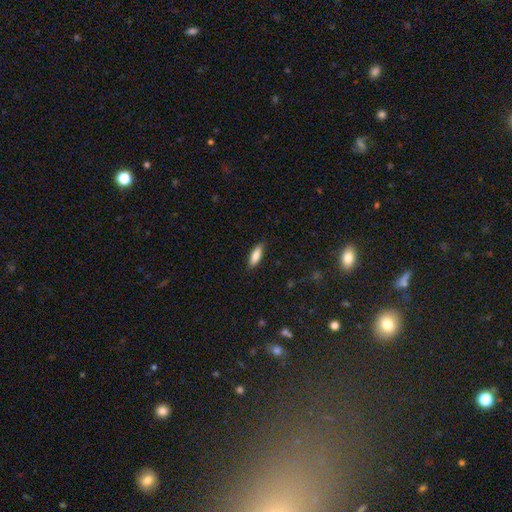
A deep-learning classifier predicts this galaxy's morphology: A smooth galaxy with no disk features (82%) that is in between round and cigar-shaped (56%). Merging: none (87%).